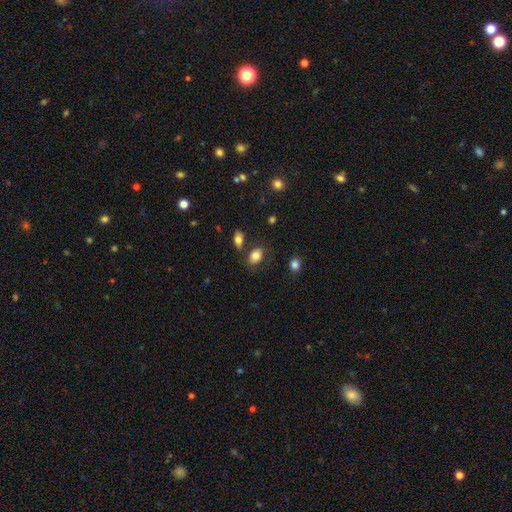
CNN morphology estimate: Smooth or featured: smooth — 81% (featured or disk — 10%)
How rounded: in between — 81% (round — 17%)
Merging: none — 73% (minor disturbance — 14%)